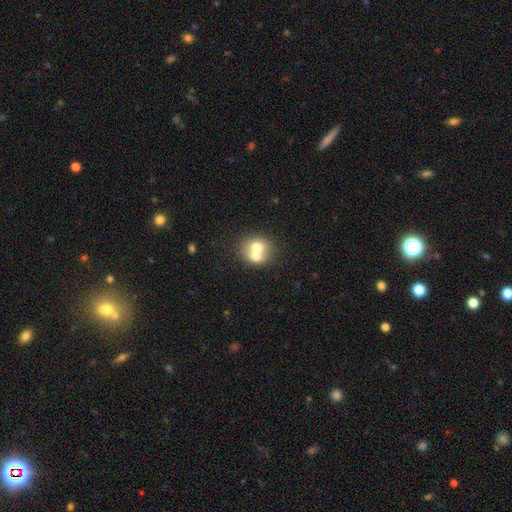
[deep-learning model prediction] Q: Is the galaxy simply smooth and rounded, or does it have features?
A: smooth — 65%.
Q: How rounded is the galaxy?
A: round — 70%.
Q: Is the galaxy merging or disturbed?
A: merger — 63%.